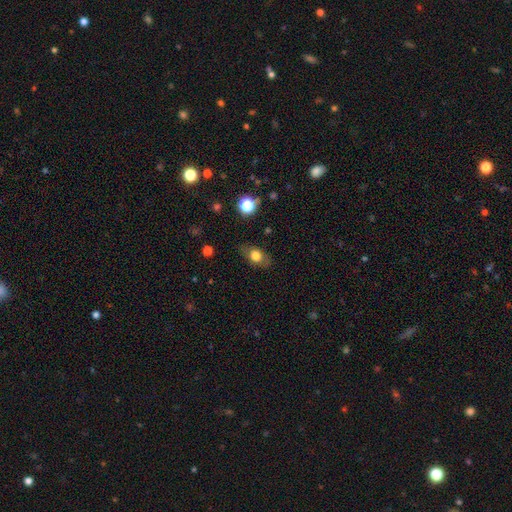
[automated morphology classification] Overall: smooth (71%). How rounded: in between (76%). Merging: none (78%).